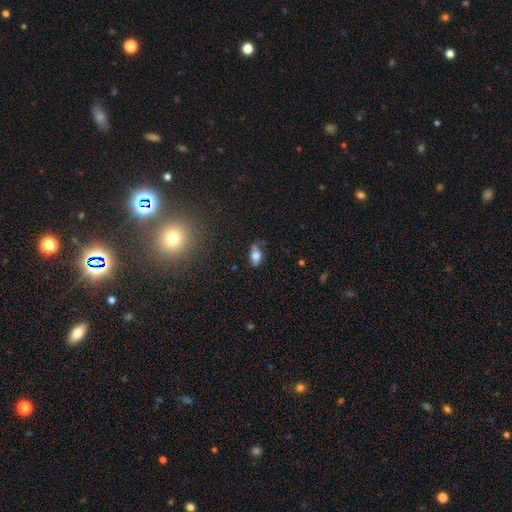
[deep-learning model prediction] Q: Smooth or featured?
A: smooth (70%); runner-up: featured or disk (20%)
Q: How rounded?
A: in between (82%); runner-up: round (14%)
Q: Merging?
A: none (52%); runner-up: minor disturbance (33%)